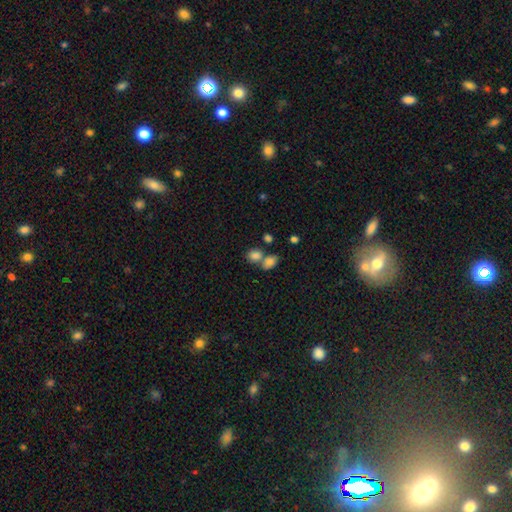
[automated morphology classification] Overall: smooth (83%). How rounded: in between (59%; round 39%). Merging: merger (47%; none 39%).